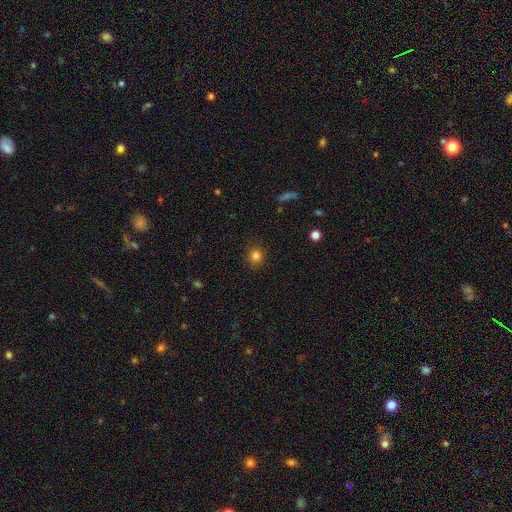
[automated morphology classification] smooth-or-featured: smooth: 82% | star or artifact: 13% | featured or disk: 5%
  how-rounded: round: 83% | in between: 16% | cigar-shaped: 1%
  merging: none: 88% | minor disturbance: 9% | major disturbance: 3% | merger: 1%